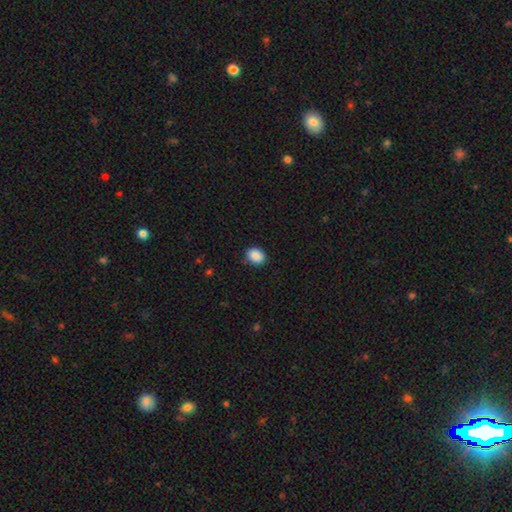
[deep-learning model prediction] Q: Smooth or featured?
A: smooth (89%); runner-up: star or artifact (8%)
Q: How rounded?
A: in between (56%); runner-up: round (43%)
Q: Merging?
A: none (86%); runner-up: minor disturbance (11%)